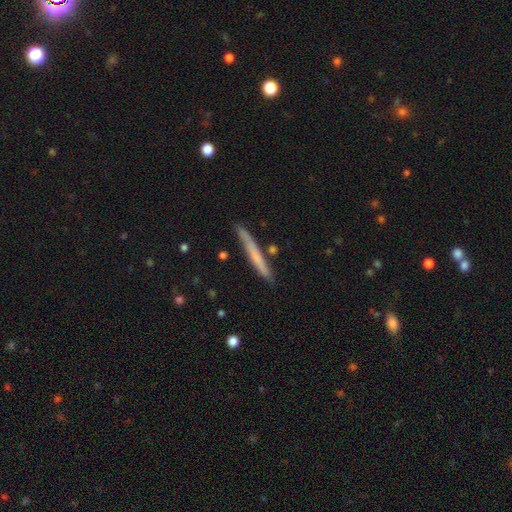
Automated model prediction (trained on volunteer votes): smooth_or_featured: smooth (p=0.58) [alt: featured or disk p=0.36]
how_rounded: cigar-shaped (p=0.96) [alt: in between p=0.02]
merging: none (p=0.81) [alt: minor disturbance p=0.13]